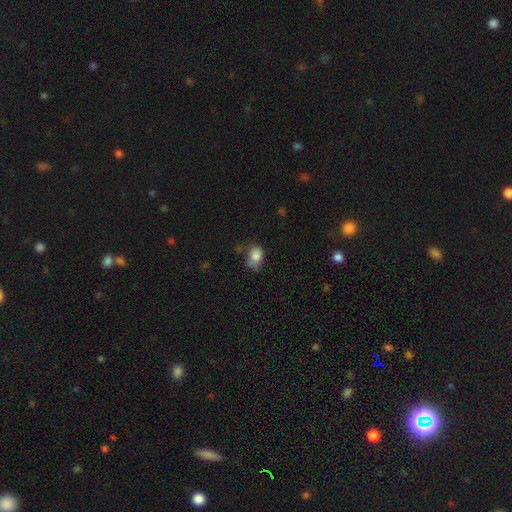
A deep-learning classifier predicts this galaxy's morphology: Q: Smooth or featured?
A: smooth (81%); runner-up: star or artifact (9%)
Q: How rounded?
A: in between (72%); runner-up: round (27%)
Q: Merging?
A: none (39%); runner-up: minor disturbance (37%)